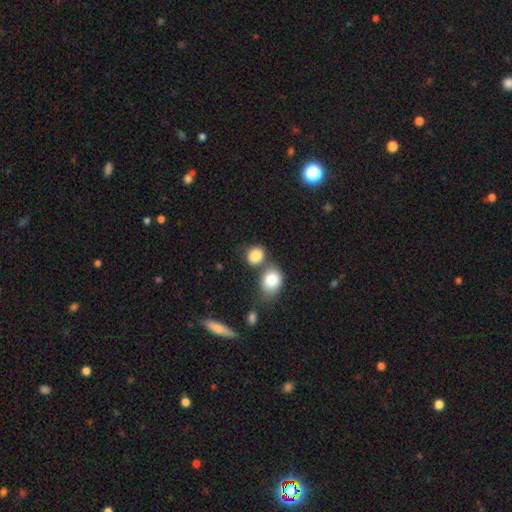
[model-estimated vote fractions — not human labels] smooth_or_featured: smooth (p=0.85) [alt: star or artifact p=0.09]
how_rounded: round (p=0.59) [alt: in between p=0.40]
merging: none (p=0.52) [alt: merger p=0.32]